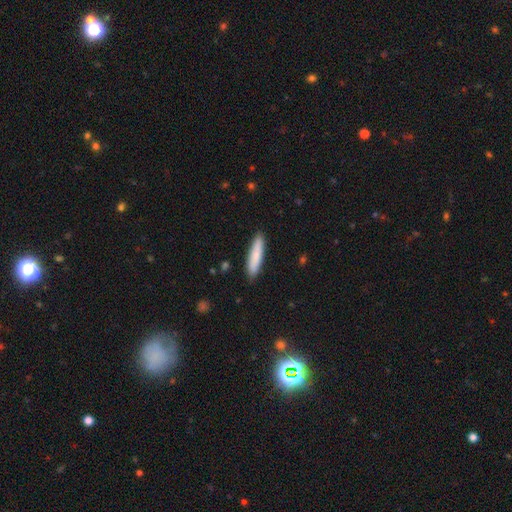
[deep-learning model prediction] Smooth or featured: smooth — 82% (featured or disk — 12%)
How rounded: cigar-shaped — 86% (in between — 13%)
Merging: none — 89% (minor disturbance — 9%)